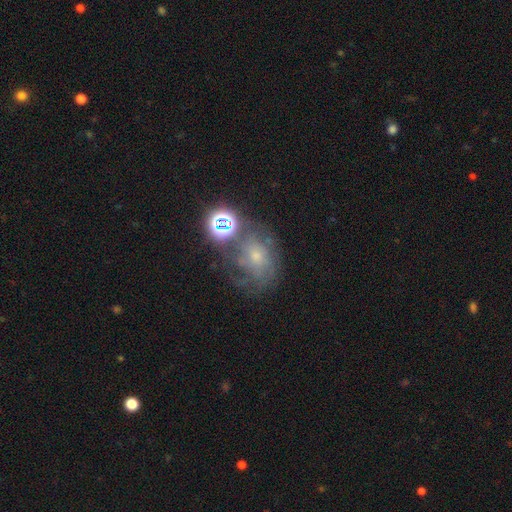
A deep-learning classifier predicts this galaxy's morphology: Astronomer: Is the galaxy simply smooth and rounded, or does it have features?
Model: featured or disk — 47% (runner-up: star or artifact, 27%).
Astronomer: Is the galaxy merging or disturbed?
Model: none — 48%.